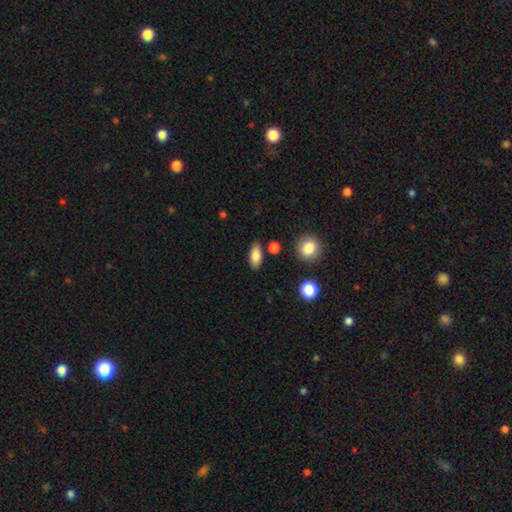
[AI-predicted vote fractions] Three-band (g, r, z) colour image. It shows a smooth galaxy with no disk features (85%) that is in between round and cigar-shaped (87%). Merging: none (84%).